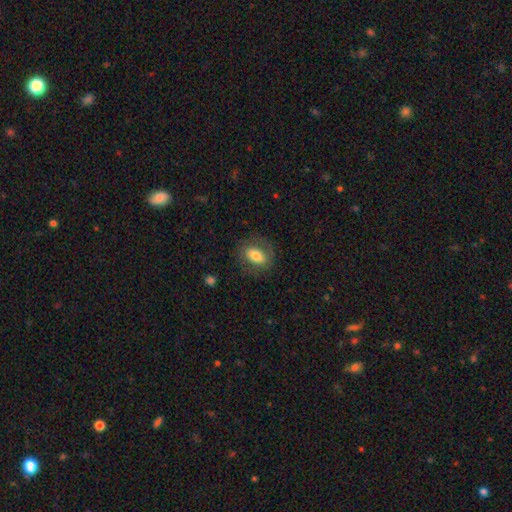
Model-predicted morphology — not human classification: A smooth galaxy with no disk features (66%) that is in between round and cigar-shaped (78%). Merging: none (75%).